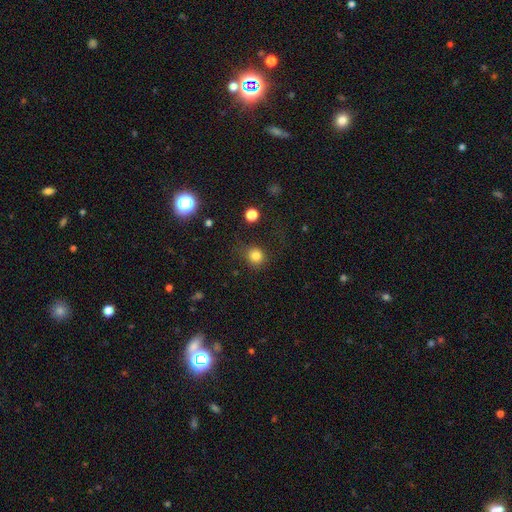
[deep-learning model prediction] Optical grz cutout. It shows a smooth galaxy with no disk features (82%) that is round (86%). Merging: none (76%).